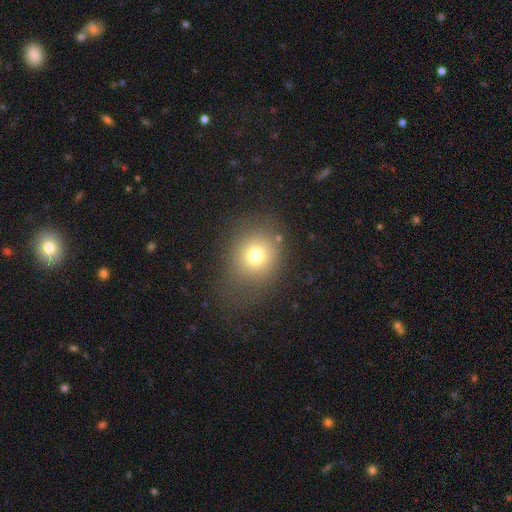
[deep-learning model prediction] Smooth or featured? smooth (73%)
How rounded? round (75%)
Merging? none (73%)